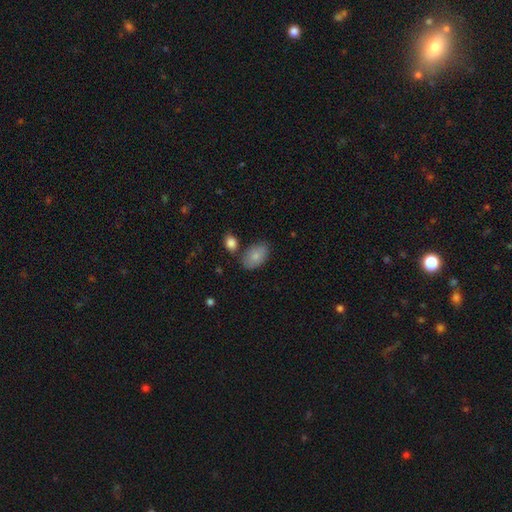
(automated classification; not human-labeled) A smooth galaxy with no disk features (82%) that is in between round and cigar-shaped (91%).

Vote fractions:
- Smooth or featured? smooth: 82% / featured or disk: 12% / star or artifact: 7%
- How rounded? in between: 91% / round: 8% / cigar-shaped: 1%
- Merging? none: 71% / minor disturbance: 17% / merger: 8% / major disturbance: 4%